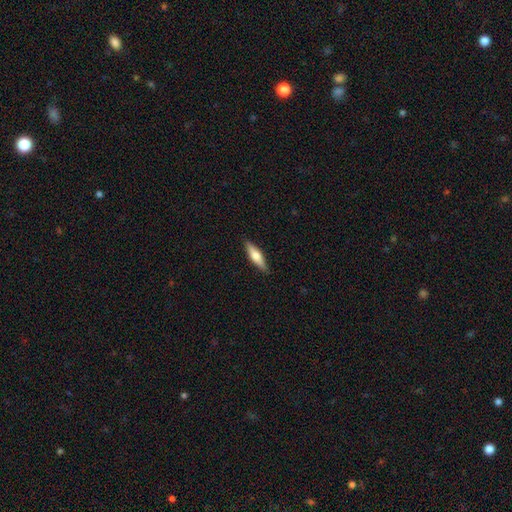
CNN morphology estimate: smooth_or_featured: smooth (p=0.52) [alt: featured or disk p=0.43]
how_rounded: cigar-shaped (p=0.67) [alt: in between p=0.31]
merging: none (p=0.89) [alt: minor disturbance p=0.08]